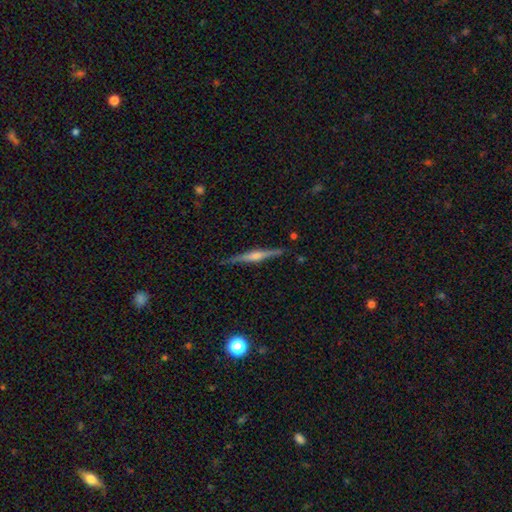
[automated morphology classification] A featured or disk galaxy (80%) viewed edge-on (98%) with a rounded central bulge (82%).

Vote fractions:
- Smooth or featured? featured or disk: 80% / smooth: 14% / star or artifact: 6%
- Edge-on disk? yes: 98% / no: 2%
- Edge-on bulge? rounded: 82% / boxy: 11% / none: 7%
- Merging? none: 90% / minor disturbance: 7% / major disturbance: 1% / merger: 1%